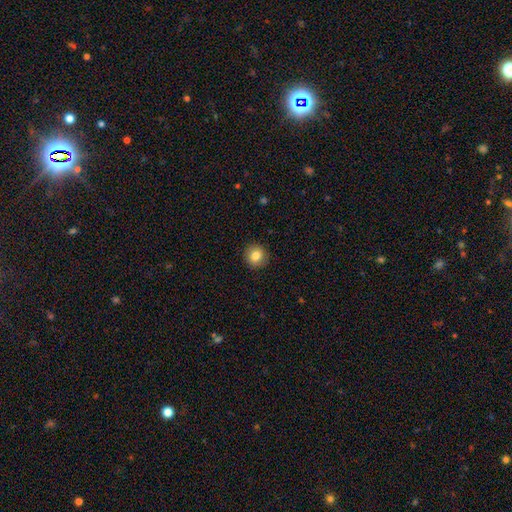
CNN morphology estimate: smooth-or-featured: smooth: 83% | star or artifact: 10% | featured or disk: 8%
  how-rounded: round: 93% | in between: 6% | cigar-shaped: 1%
  merging: none: 91% | minor disturbance: 6% | major disturbance: 2% | merger: 1%